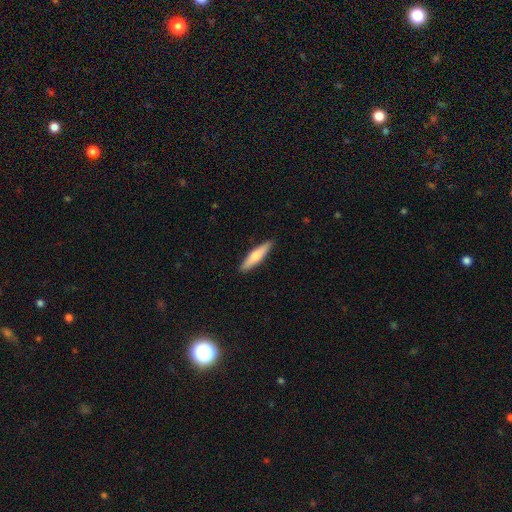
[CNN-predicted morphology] Q: Smooth or featured?
A: smooth (63%); runner-up: featured or disk (32%)
Q: How rounded?
A: cigar-shaped (81%); runner-up: in between (17%)
Q: Merging?
A: none (91%); runner-up: minor disturbance (7%)